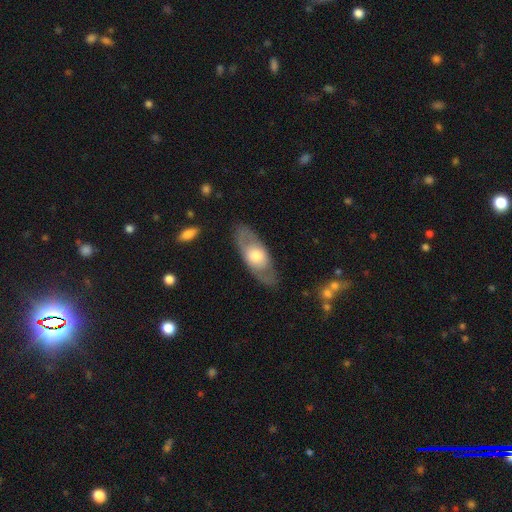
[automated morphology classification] This is possibly a featured or disk galaxy (51%). It is likely not viewed edge-on (75%). Merging: clearly none (81%).